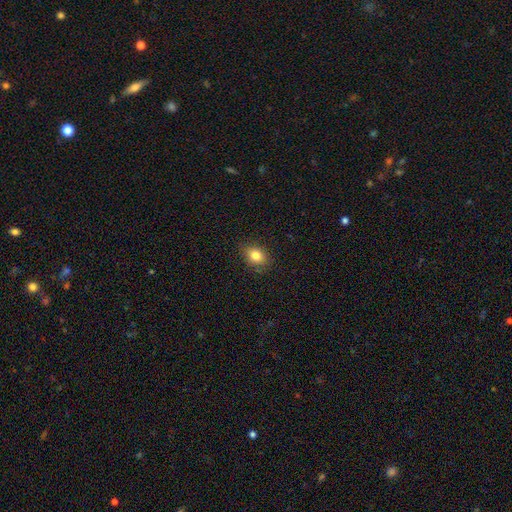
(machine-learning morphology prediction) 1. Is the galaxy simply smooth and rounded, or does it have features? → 82% smooth, 10% star or artifact, 8% featured or disk.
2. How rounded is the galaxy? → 67% in between, 32% round, 1% cigar-shaped.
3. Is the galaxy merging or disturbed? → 84% none, 12% minor disturbance, 3% major disturbance, 1% merger.